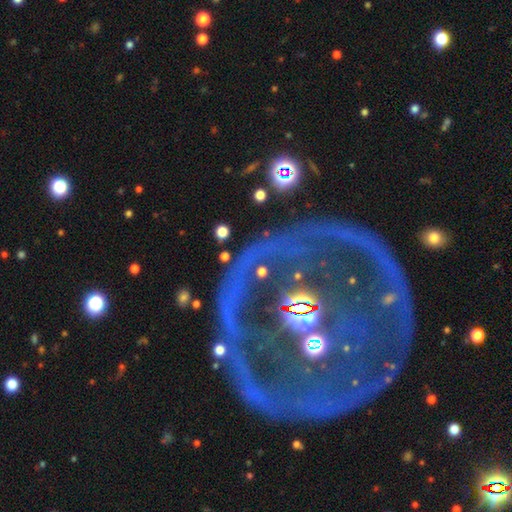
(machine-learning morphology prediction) This is possibly a featured or disk galaxy (49%). Merging: likely none (73%).